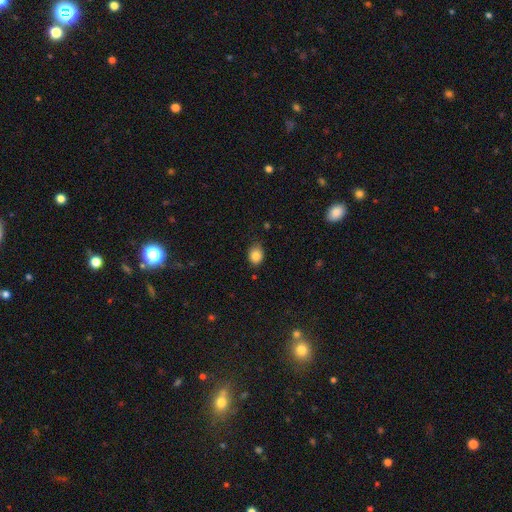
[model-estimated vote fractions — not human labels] This appears to be a smooth galaxy with no disk features (84%) that is in between round and cigar-shaped (51%). Merging: none (75%).